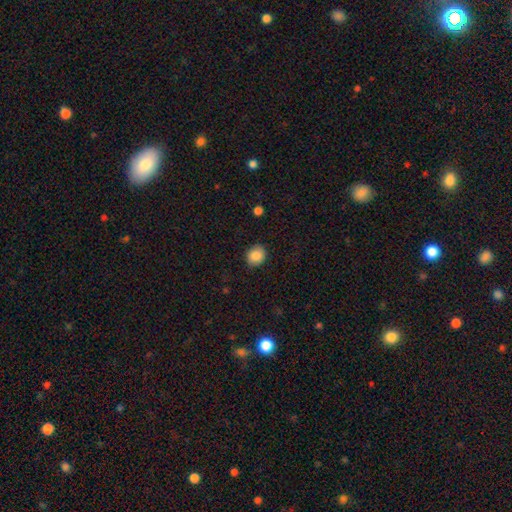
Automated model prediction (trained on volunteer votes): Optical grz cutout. It shows a smooth galaxy with no disk features (87%) that is round (70%). Merging: none (86%).